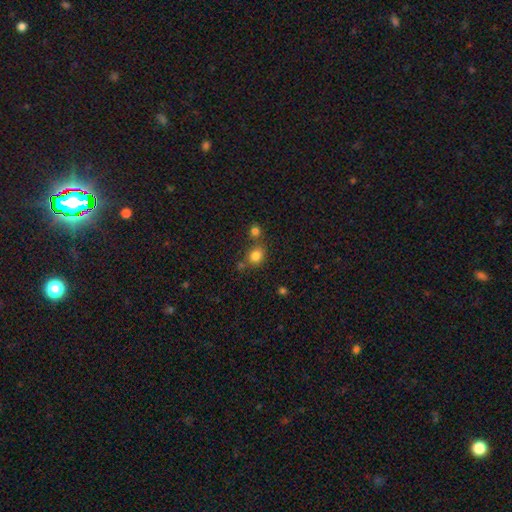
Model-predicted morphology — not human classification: Smooth or featured? Predicted: smooth (p=0.81). How rounded? Predicted: round (p=0.71). Merging? Predicted: none (p=0.63).